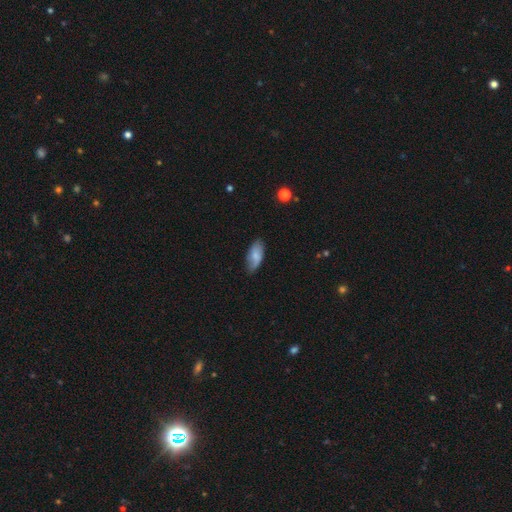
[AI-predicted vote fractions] Smooth or featured: smooth — 72% (featured or disk — 21%)
How rounded: in between — 88% (cigar-shaped — 9%)
Merging: none — 75% (minor disturbance — 20%)